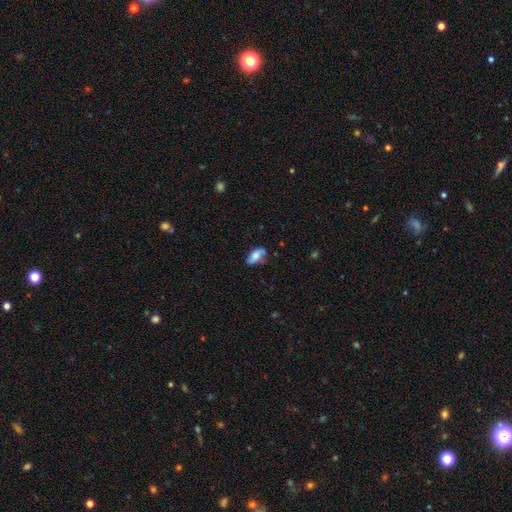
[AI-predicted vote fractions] Morphology: type=smooth (66%); roundness=in between (90%); merging=none (63%).